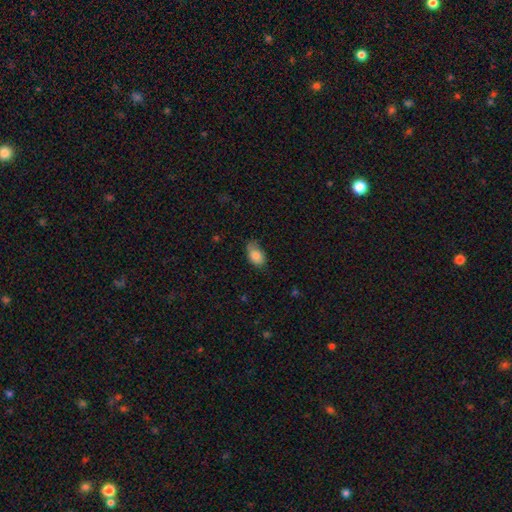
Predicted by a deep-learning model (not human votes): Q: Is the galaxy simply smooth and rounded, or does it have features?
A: smooth — 83%.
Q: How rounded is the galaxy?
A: in between — 89%.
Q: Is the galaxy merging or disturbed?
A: none — 50%.